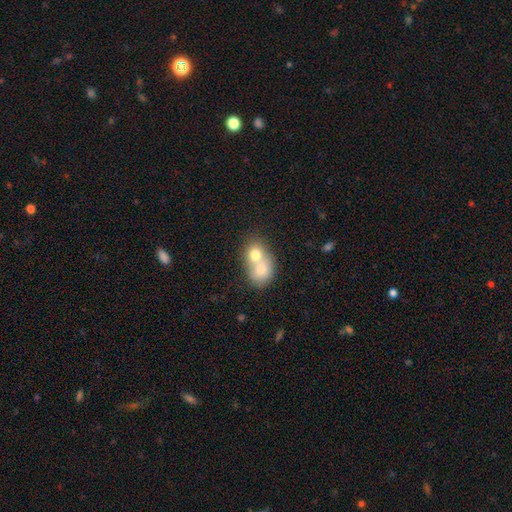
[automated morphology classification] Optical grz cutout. It shows a smooth galaxy with no disk features (66%) that is round (58%). Merging: merger (72%).